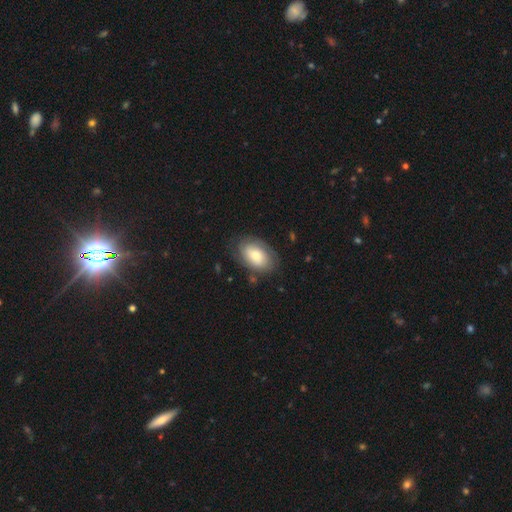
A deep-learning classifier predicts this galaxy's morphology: Smooth or featured: smooth — 65% (featured or disk — 28%)
How rounded: in between — 90% (round — 9%)
Merging: none — 73% (minor disturbance — 19%)